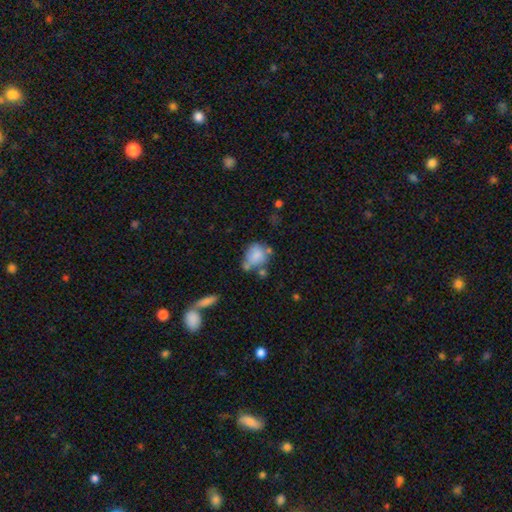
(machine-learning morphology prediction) smooth-or-featured: smooth: 74% | featured or disk: 17% | star or artifact: 9%
  how-rounded: round: 50% | in between: 49% | cigar-shaped: 1%
  merging: none: 37% | minor disturbance: 26% | merger: 24% | major disturbance: 13%